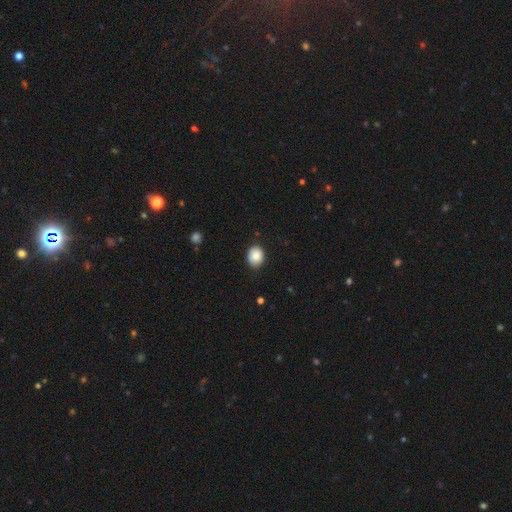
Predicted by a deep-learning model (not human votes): smooth_or_featured: smooth (p=0.83) [alt: featured or disk p=0.08]
how_rounded: round (p=0.60) [alt: in between p=0.39]
merging: none (p=0.86) [alt: minor disturbance p=0.11]